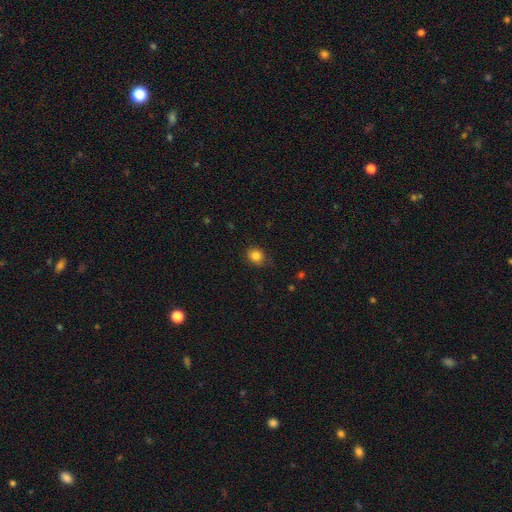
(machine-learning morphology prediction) This appears to be a smooth galaxy with no disk features (84%) that is round (77%). Merging: none (76%).